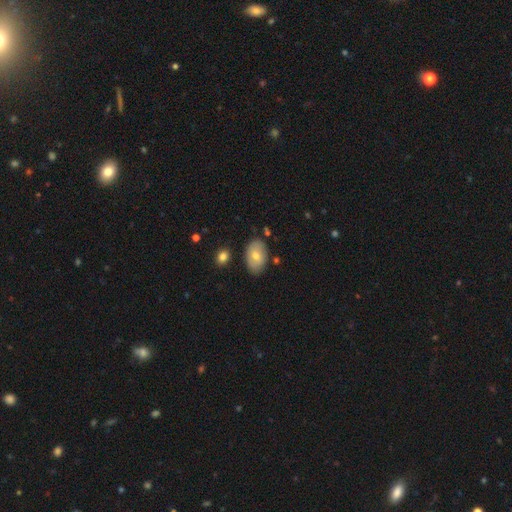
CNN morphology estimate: This is likely a smooth galaxy (62%). How rounded: clearly in between (90%). Merging: clearly none (81%).